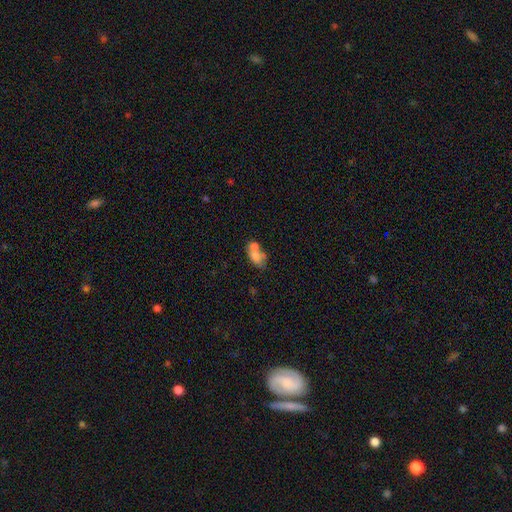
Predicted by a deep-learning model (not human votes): Morphology: type=smooth (67%); roundness=in between (81%); merging=merger (49%).